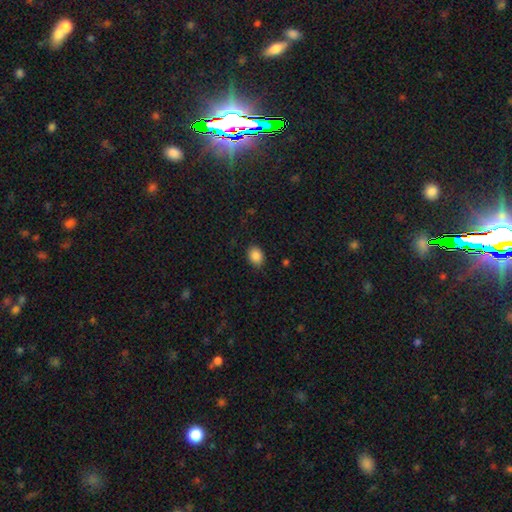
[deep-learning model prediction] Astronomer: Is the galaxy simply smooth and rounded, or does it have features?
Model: smooth — 87%.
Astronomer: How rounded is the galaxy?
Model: in between — 59% (runner-up: round, 40%).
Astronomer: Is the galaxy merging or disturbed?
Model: none — 86%.